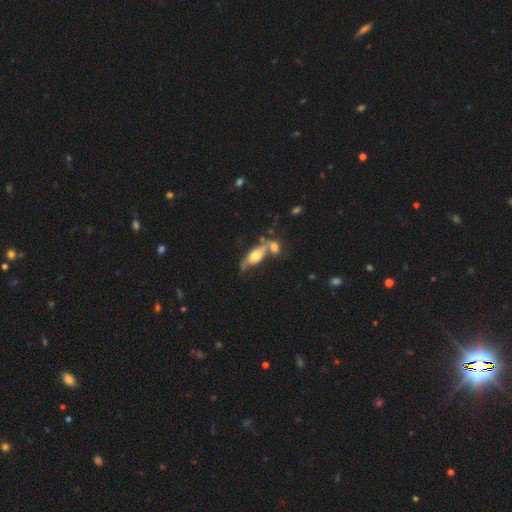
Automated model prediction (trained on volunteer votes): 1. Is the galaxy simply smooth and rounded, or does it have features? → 46% featured or disk (tied), 46% smooth (tied), 7% star or artifact.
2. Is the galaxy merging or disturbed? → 41% merger, 37% none, 15% minor disturbance, 7% major disturbance.